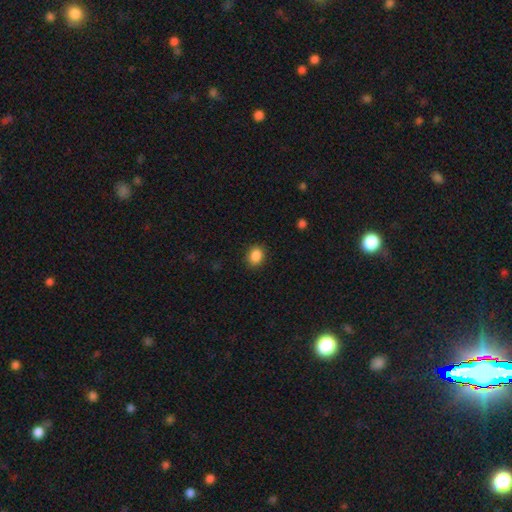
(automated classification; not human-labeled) smooth_or_featured: smooth (p=0.87) [alt: star or artifact p=0.09]
how_rounded: round (p=0.51) [alt: in between p=0.48]
merging: none (p=0.89) [alt: minor disturbance p=0.08]